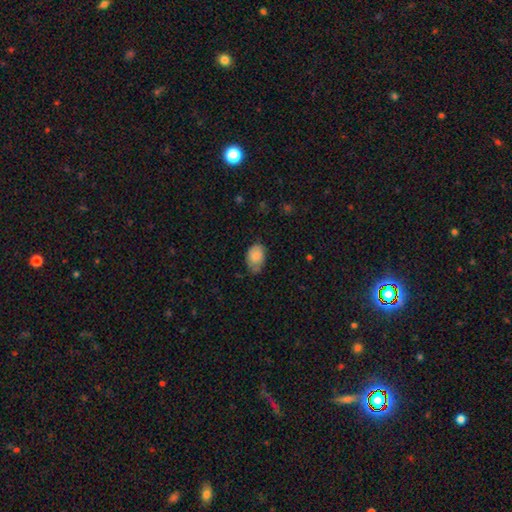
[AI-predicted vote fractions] smooth_or_featured: smooth (p=0.85) [alt: featured or disk p=0.08]
how_rounded: in between (p=0.82) [alt: round p=0.17]
merging: none (p=0.53) [alt: minor disturbance p=0.37]